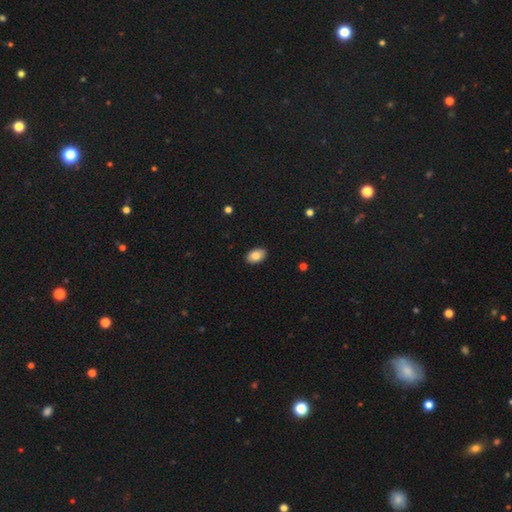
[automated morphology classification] The model was most divided on "smooth or featured": smooth: 83%, featured or disk: 10%, star or artifact: 7%. More confident: how rounded — in between (91%); merging — none (90%).